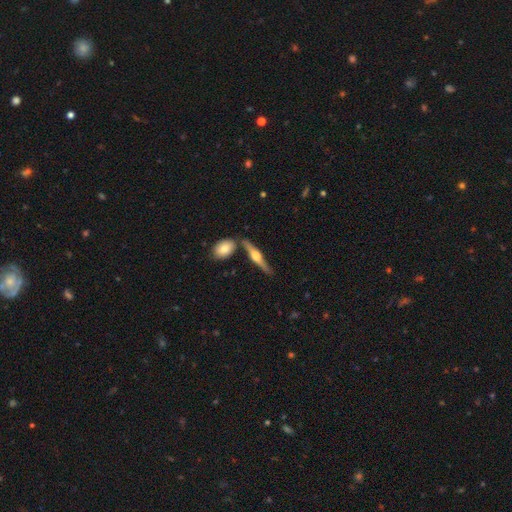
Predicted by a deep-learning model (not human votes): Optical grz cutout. It shows a featured or disk galaxy (72%) viewed edge-on (97%) with a rounded central bulge (94%). Merging: none (76%).